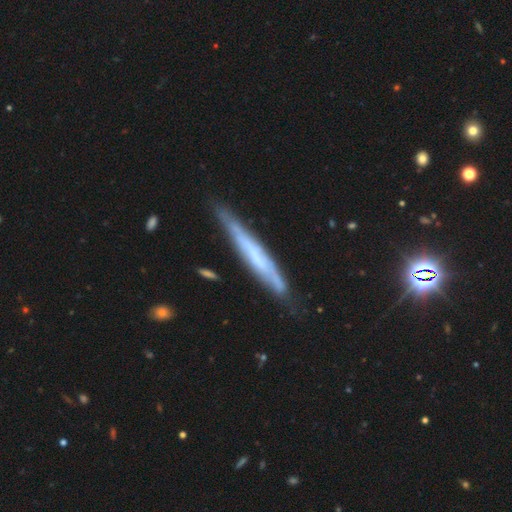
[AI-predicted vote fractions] This is likely a featured or disk galaxy (61%). It is clearly viewed edge-on (86%). Edge-on bulge: likely none (69%). Merging: likely none (73%).